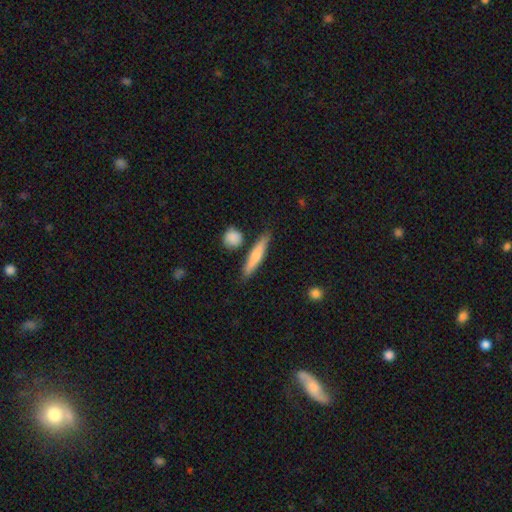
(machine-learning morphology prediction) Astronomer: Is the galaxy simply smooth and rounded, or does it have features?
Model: smooth — 62%.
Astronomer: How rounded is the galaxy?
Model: cigar-shaped — 86%.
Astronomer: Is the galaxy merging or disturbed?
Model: none — 81%.